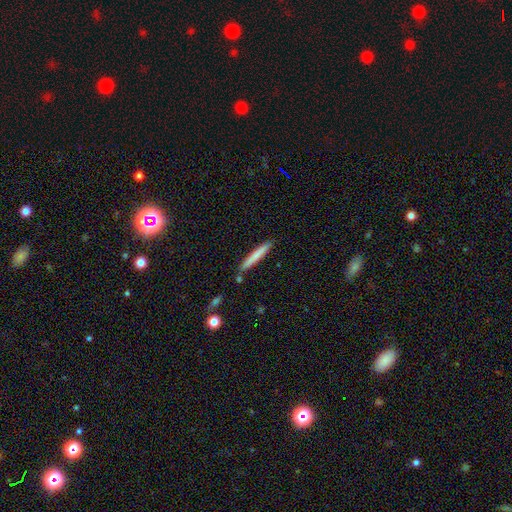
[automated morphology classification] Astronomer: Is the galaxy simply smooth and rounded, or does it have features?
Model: smooth — 73%.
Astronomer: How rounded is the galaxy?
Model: cigar-shaped — 96%.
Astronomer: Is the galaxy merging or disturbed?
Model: none — 85%.